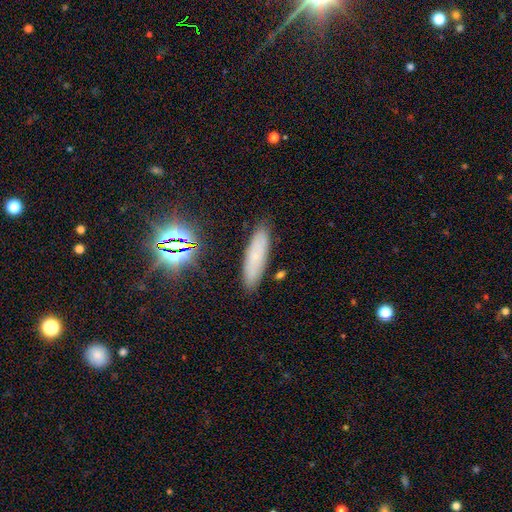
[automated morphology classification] type=smooth (65%); roundness=cigar-shaped (67%); merging=none (86%).